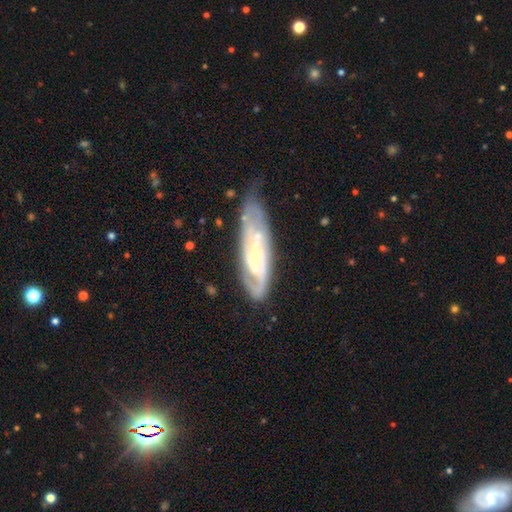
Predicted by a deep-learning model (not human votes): featured or disk 82%, smooth 12%, star or artifact 5%. Down the decision tree: edge-on disk — no (86%); bar — no (44%); spiral arms — yes (92%); spiral arm count — 2 (47%); spiral winding — tight (56%); bulge size — small (65%); merging — none (62%).